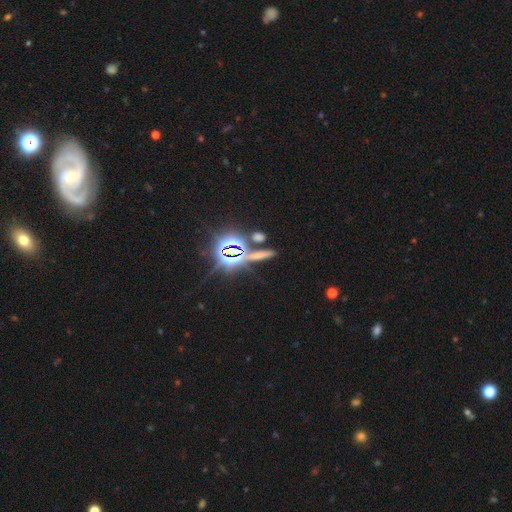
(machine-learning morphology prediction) A star or artifact, not a galaxy (54%).

Vote fractions:
- Smooth or featured? star or artifact: 54% / smooth: 31% / featured or disk: 14%